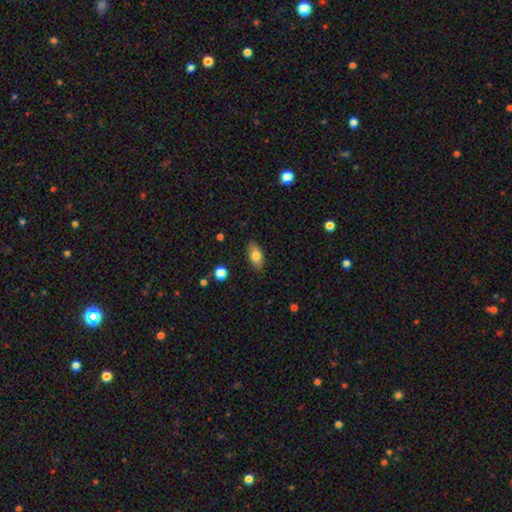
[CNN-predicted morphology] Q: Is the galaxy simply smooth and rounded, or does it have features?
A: smooth — 76%.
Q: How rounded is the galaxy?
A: in between — 84%.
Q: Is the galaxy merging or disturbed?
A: none — 86%.